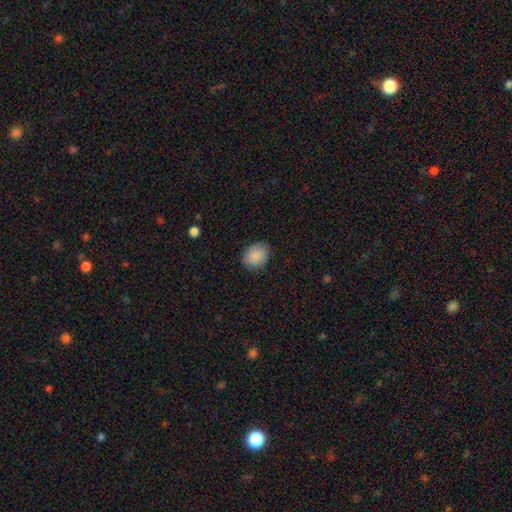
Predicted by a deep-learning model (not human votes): This is clearly a smooth galaxy (88%). How rounded: possibly in between (58%). Merging: clearly none (86%).